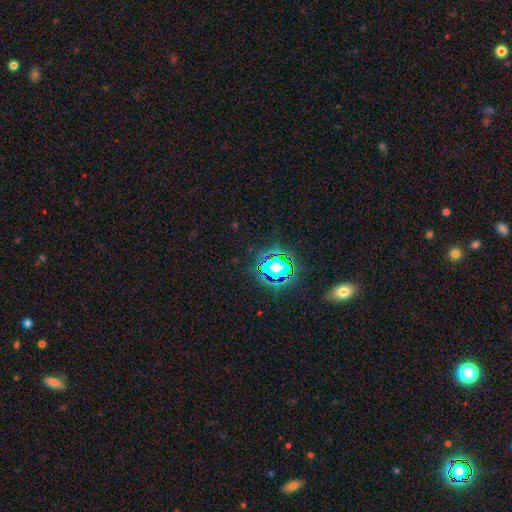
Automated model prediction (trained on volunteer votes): This is likely a star or artifact rather than a galaxy (75%).